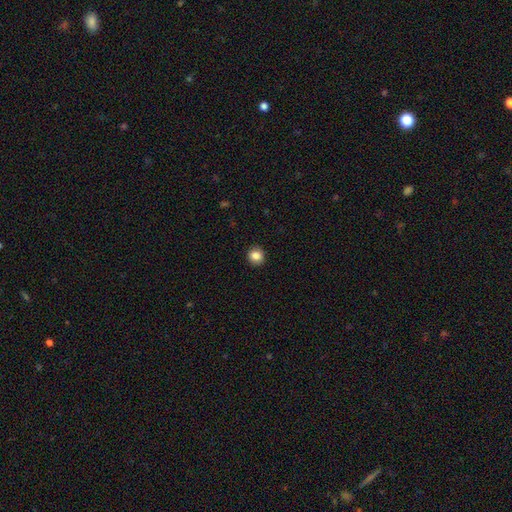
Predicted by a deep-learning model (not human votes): Morphology: type=smooth (85%); roundness=round (89%); merging=none (92%).